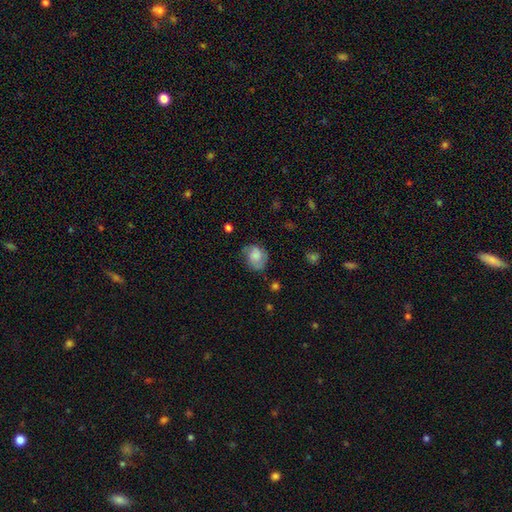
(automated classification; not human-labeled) smooth-or-featured: smooth: 62% | featured or disk: 29% | star or artifact: 9%
  how-rounded: round: 53% | in between: 46% | cigar-shaped: 1%
  merging: none: 58% | minor disturbance: 28% | major disturbance: 12% | merger: 2%